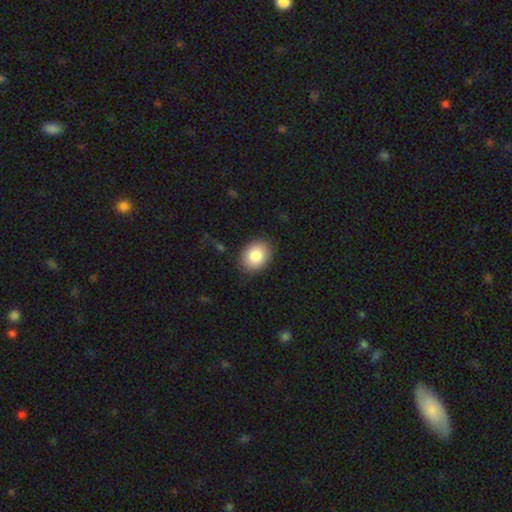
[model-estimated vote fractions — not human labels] smooth-or-featured: smooth: 85% | featured or disk: 8% | star or artifact: 8%
  how-rounded: in between: 63% | round: 36% | cigar-shaped: 1%
  merging: none: 87% | minor disturbance: 10% | major disturbance: 3% | merger: 1%